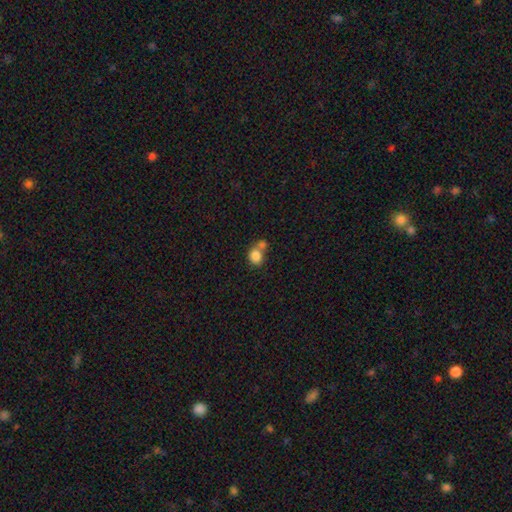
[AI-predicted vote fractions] Smooth or featured? smooth (83%)
How rounded? round (63%)
Merging? merger (49%)